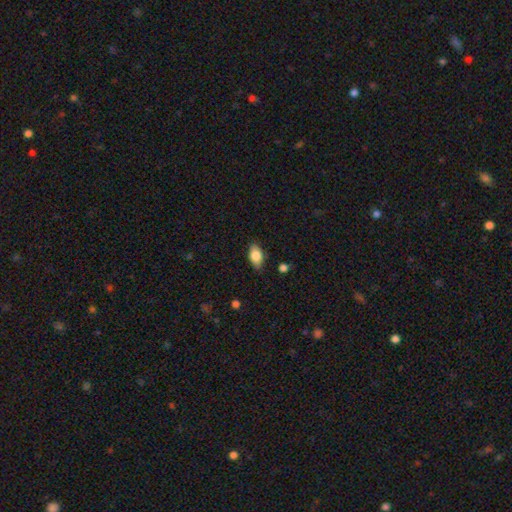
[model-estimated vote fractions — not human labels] A smooth galaxy with no disk features (81%) that is in between round and cigar-shaped (90%).

Vote fractions:
- Smooth or featured? smooth: 81% / featured or disk: 11% / star or artifact: 7%
- How rounded? in between: 90% / round: 6% / cigar-shaped: 4%
- Merging? none: 83% / minor disturbance: 13% / major disturbance: 3% / merger: 1%